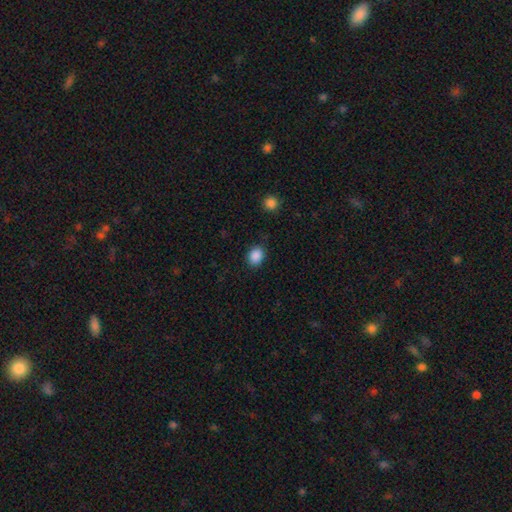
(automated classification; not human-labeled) smooth-or-featured: smooth: 88% | star or artifact: 9% | featured or disk: 3%
  how-rounded: round: 51% | in between: 48% | cigar-shaped: 1%
  merging: none: 85% | minor disturbance: 11% | major disturbance: 3% | merger: 2%